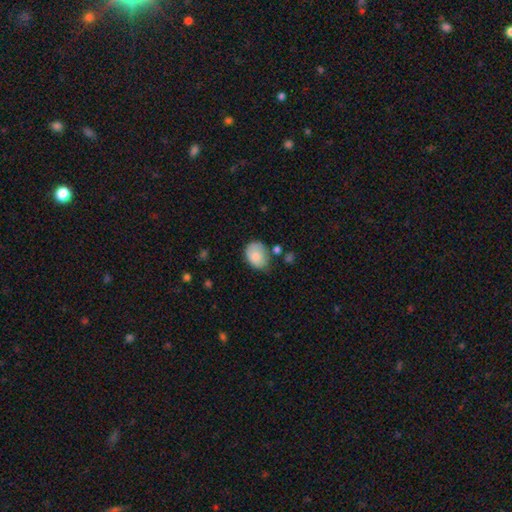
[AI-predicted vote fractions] A smooth galaxy with no disk features (80%) that is in between round and cigar-shaped (67%).

Vote fractions:
- Smooth or featured? smooth: 80% / featured or disk: 12% / star or artifact: 7%
- How rounded? in between: 67% / round: 32% / cigar-shaped: 1%
- Merging? none: 52% / minor disturbance: 34% / major disturbance: 9% / merger: 6%